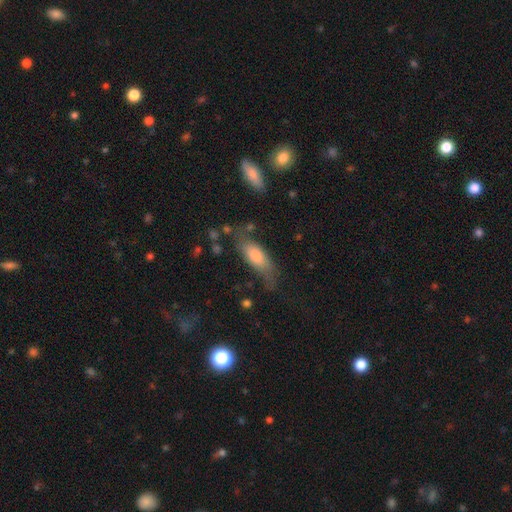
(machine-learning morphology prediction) Smooth or featured: smooth — 67% (featured or disk — 26%)
How rounded: in between — 70% (cigar-shaped — 28%)
Merging: none — 57% (minor disturbance — 27%)